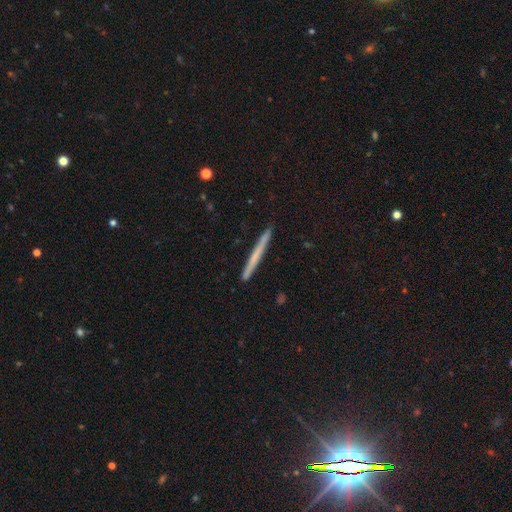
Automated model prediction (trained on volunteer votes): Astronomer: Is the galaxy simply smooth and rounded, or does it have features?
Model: smooth — 54% (runner-up: featured or disk, 40%).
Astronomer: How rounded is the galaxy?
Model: cigar-shaped — 97%.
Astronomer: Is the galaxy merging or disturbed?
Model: none — 92%.